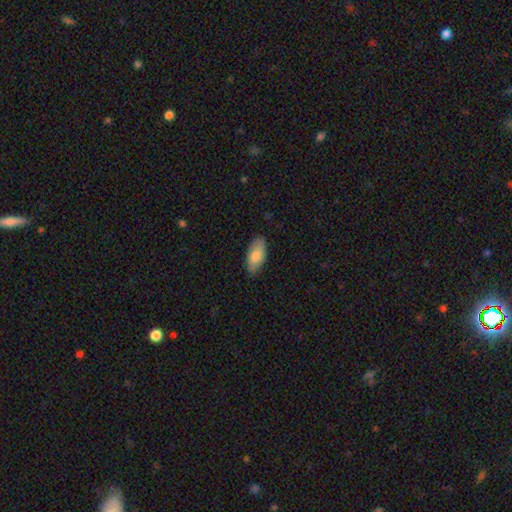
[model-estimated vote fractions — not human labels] Morphology: type=smooth (80%); roundness=in between (90%); merging=none (84%).